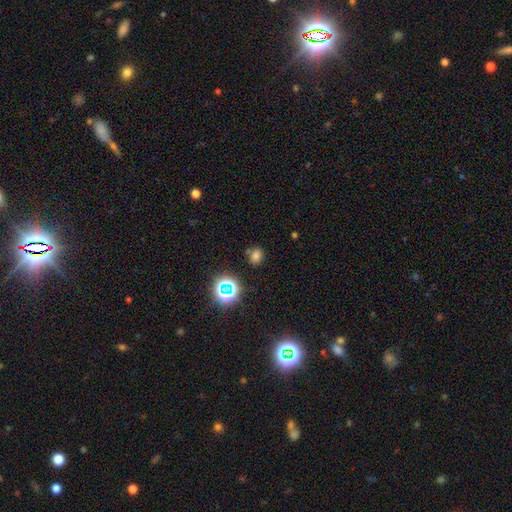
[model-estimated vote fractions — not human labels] The model was most divided on "how rounded": round: 55%, in between: 44%, cigar-shaped: 1%. More confident: merging — none (74%); smooth or featured — smooth (68%).